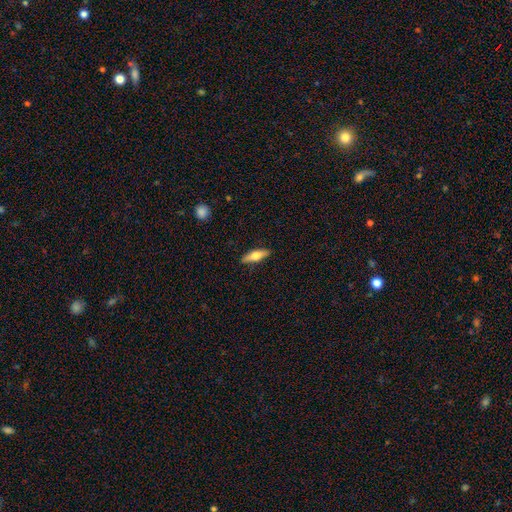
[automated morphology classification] A smooth galaxy with no disk features (58%) that is cigar-shaped (51%). Merging: none (87%).